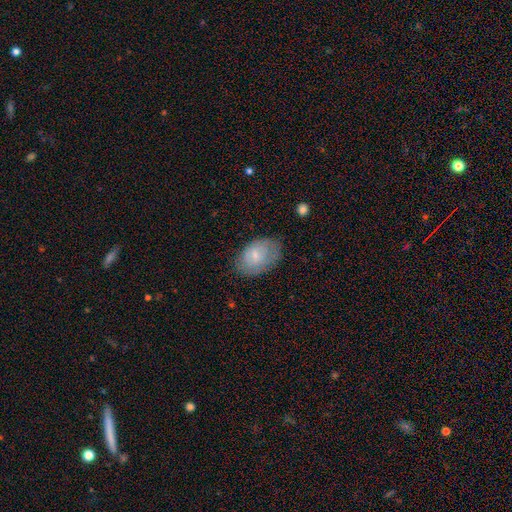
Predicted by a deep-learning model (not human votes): Smooth or featured? smooth (66%)
How rounded? in between (86%)
Merging? none (69%)